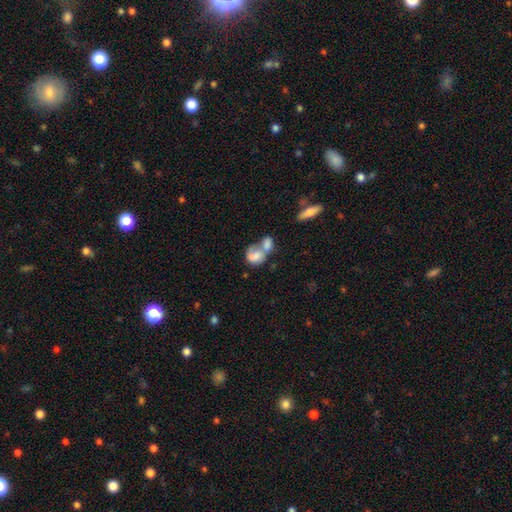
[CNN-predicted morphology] Overall: smooth (67%). How rounded: in between (62%; round 36%). Merging: merger (70%).